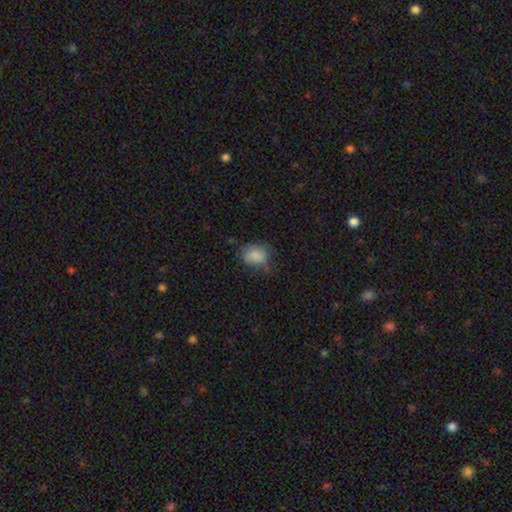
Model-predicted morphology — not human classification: A smooth galaxy with no disk features (85%) that is in between round and cigar-shaped (60%).

Vote fractions:
- Smooth or featured? smooth: 85% / star or artifact: 8% / featured or disk: 6%
- How rounded? in between: 60% / round: 39% / cigar-shaped: 1%
- Merging? none: 64% / minor disturbance: 26% / major disturbance: 8% / merger: 2%